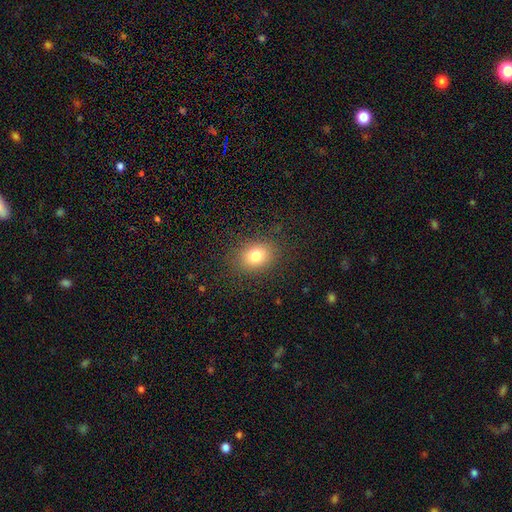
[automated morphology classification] smooth 80%, star or artifact 11%, featured or disk 9%. Down the decision tree: how rounded — in between (63%); merging — none (85%).